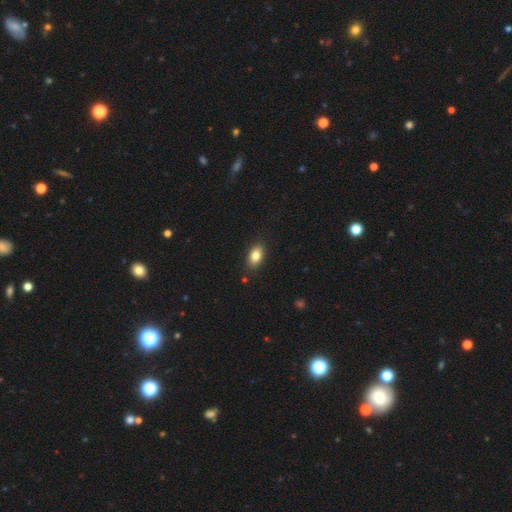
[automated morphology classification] smooth_or_featured: smooth (p=0.83) [alt: featured or disk p=0.09]
how_rounded: in between (p=0.88) [alt: round p=0.09]
merging: none (p=0.87) [alt: minor disturbance p=0.09]